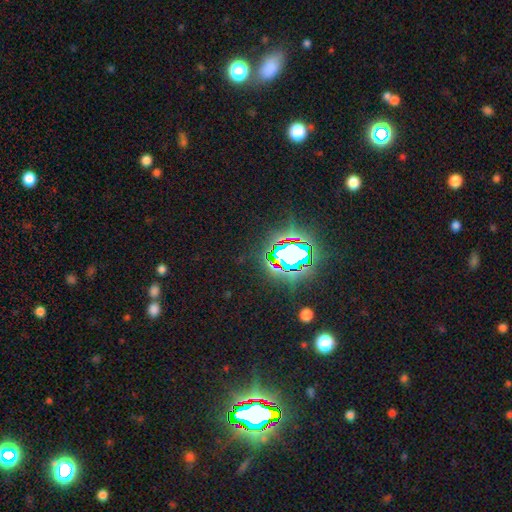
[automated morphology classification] Q: Smooth or featured?
A: star or artifact (77%); runner-up: smooth (14%)